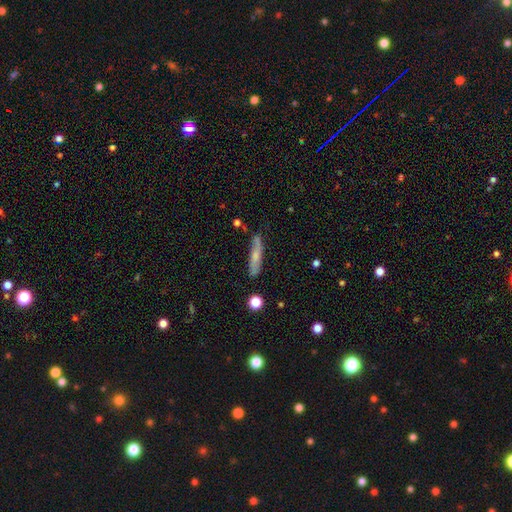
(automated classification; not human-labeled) Q: Smooth or featured?
A: smooth (55%); runner-up: featured or disk (38%)
Q: How rounded?
A: cigar-shaped (85%); runner-up: in between (13%)
Q: Merging?
A: none (77%); runner-up: minor disturbance (17%)